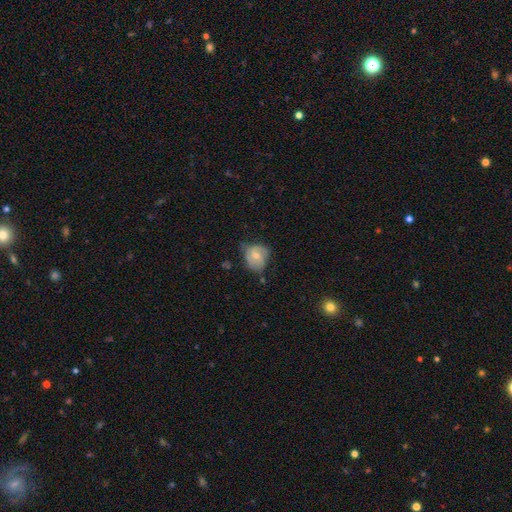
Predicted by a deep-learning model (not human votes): Smooth or featured? smooth (56%)
How rounded? round (59%)
Merging? none (44%)